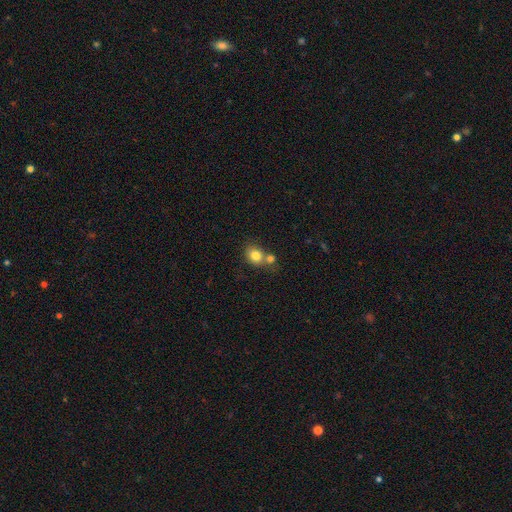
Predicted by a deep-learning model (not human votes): Q: Smooth or featured?
A: smooth (80%); runner-up: star or artifact (10%)
Q: How rounded?
A: round (65%); runner-up: in between (34%)
Q: Merging?
A: none (45%); runner-up: merger (40%)